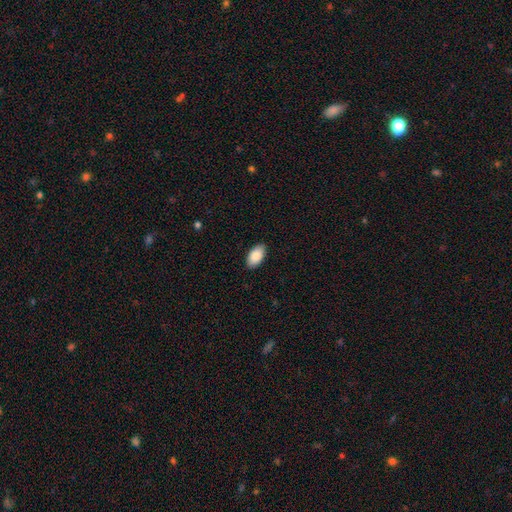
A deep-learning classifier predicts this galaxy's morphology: This is clearly a smooth galaxy (88%). How rounded: clearly in between (95%). Merging: clearly none (88%).